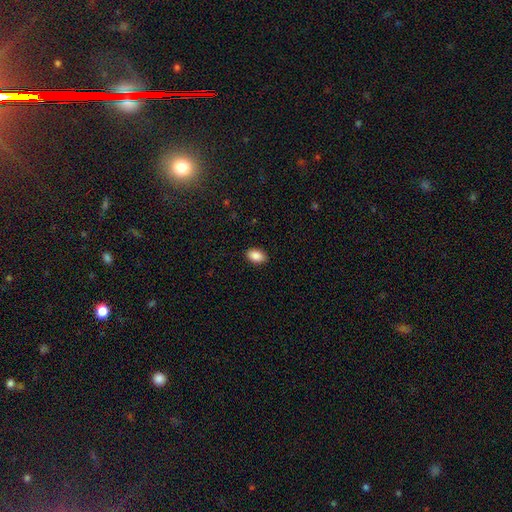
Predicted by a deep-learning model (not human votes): Overall: smooth (88%). How rounded: in between (89%). Merging: none (89%).